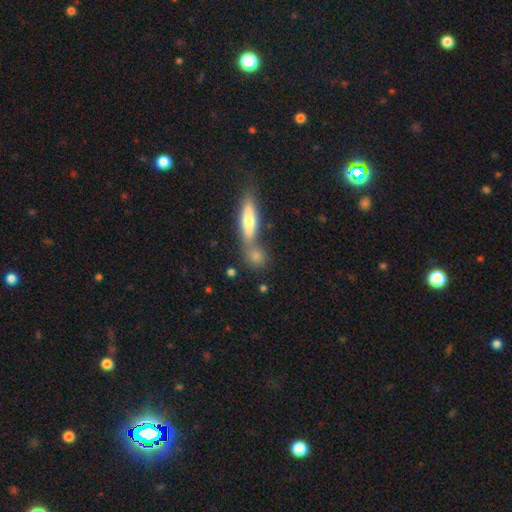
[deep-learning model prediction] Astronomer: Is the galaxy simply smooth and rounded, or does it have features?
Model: smooth — 69%.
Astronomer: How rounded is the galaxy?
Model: round — 42% (runner-up: in between, 30%).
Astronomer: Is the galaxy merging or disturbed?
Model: none — 56%.